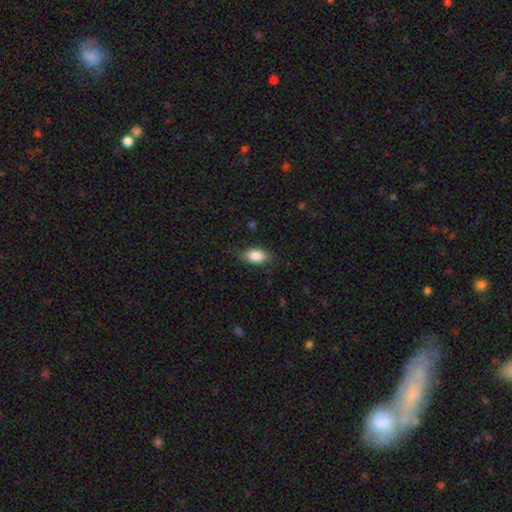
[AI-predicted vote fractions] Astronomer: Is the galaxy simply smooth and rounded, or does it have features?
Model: smooth — 85%.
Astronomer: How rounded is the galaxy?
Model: in between — 89%.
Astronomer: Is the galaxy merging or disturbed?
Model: none — 77%.